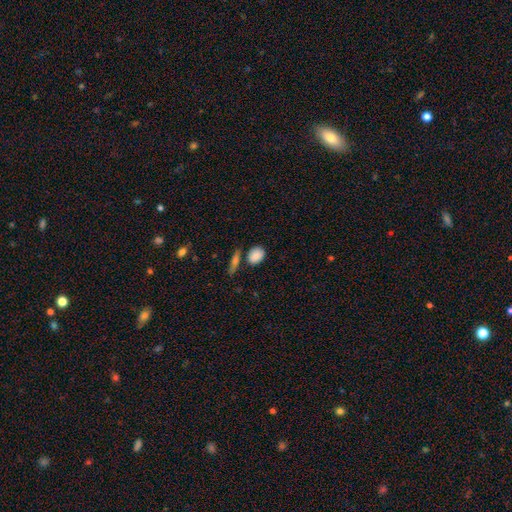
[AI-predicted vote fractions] Morphology: type=smooth (86%); roundness=in between (62%); merging=none (71%).